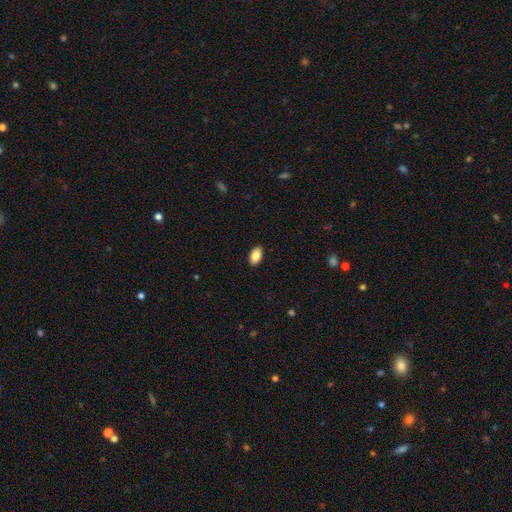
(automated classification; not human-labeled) Smooth or featured?
  - smooth: 85% *
  - featured or disk: 8%
  - star or artifact: 7%
How rounded?
  - in between: 93% *
  - round: 5%
  - cigar-shaped: 2%
Merging?
  - none: 90% *
  - minor disturbance: 7%
  - major disturbance: 2%
  - merger: 1%